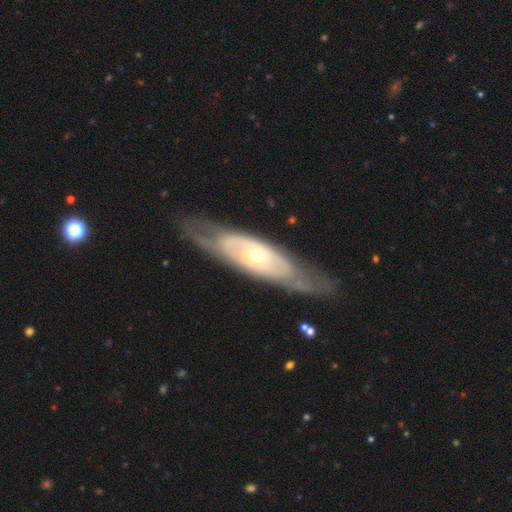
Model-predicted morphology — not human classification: smooth_or_featured: featured or disk (p=0.74) [alt: smooth p=0.21]
disk_edge_on: no (p=0.75) [alt: yes p=0.25]
bar: no (p=0.79) [alt: weak p=0.15]
has_spiral_arms: yes (p=0.53) [alt: no p=0.47]
bulge_size: small (p=0.66) [alt: moderate p=0.29]
merging: none (p=0.70) [alt: minor disturbance p=0.18]